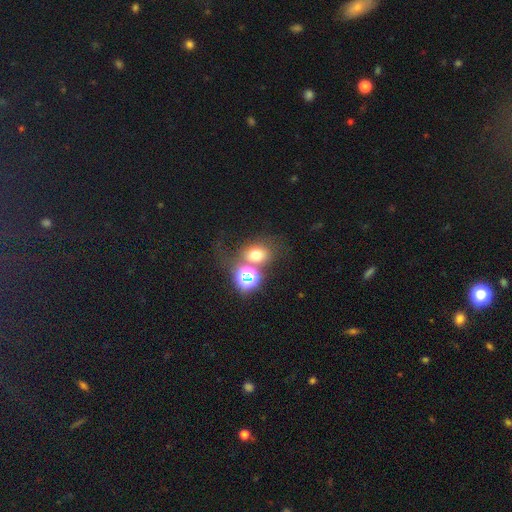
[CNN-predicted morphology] Smooth or featured? smooth (61%)
How rounded? round (56%)
Merging? none (52%)